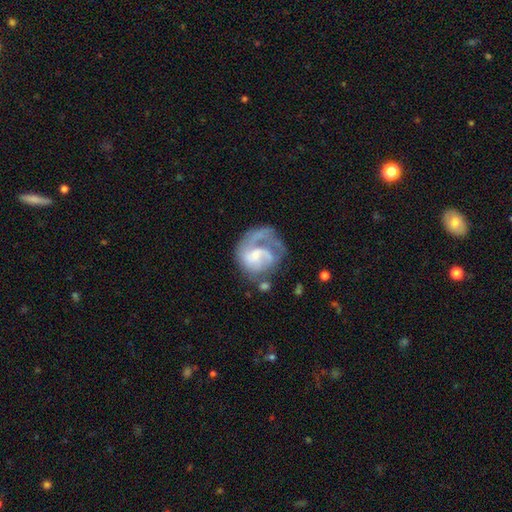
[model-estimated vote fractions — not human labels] The model was most divided on "merging": major disturbance: 38%, none: 36%, minor disturbance: 18%, merger: 8%. Remaining: edge-on disk — no (98%); spiral arms — yes (84%); smooth or featured — featured or disk (74%); bar — no (57%); spiral arm count — 1 (50%); bulge size — small (49%); spiral winding — medium (41%).